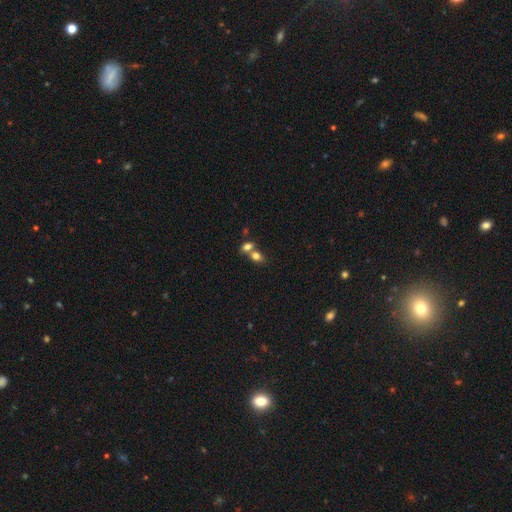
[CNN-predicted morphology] Smooth or featured: smooth — 78% (featured or disk — 12%)
How rounded: in between — 72% (round — 25%)
Merging: merger — 57% (none — 32%)